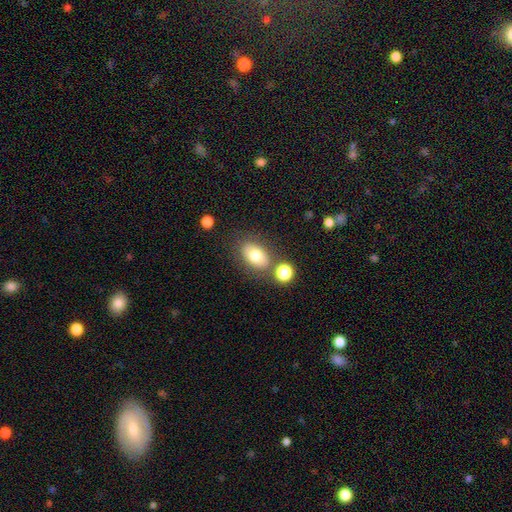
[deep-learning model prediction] smooth-or-featured: smooth: 76% | featured or disk: 15% | star or artifact: 9%
  how-rounded: in between: 84% | round: 15% | cigar-shaped: 1%
  merging: none: 73% | minor disturbance: 13% | merger: 10% | major disturbance: 4%